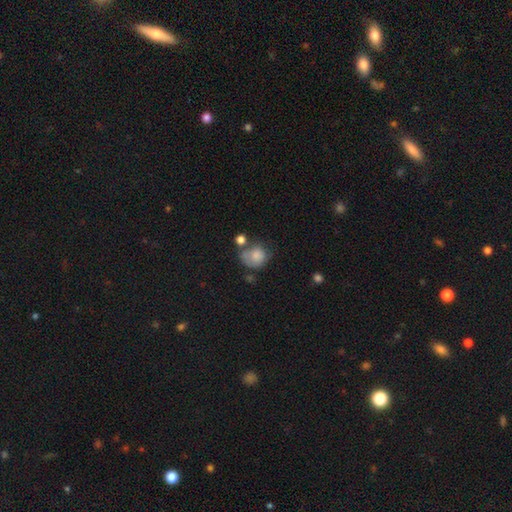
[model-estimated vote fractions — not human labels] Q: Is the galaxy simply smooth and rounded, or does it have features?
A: smooth — 77%.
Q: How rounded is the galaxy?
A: round — 70%.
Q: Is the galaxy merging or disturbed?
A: none — 39%.